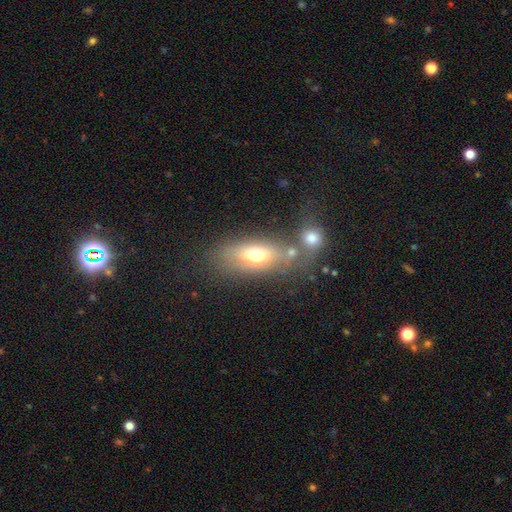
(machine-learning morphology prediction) type=smooth (64%); roundness=in between (77%); merging=none (50%).